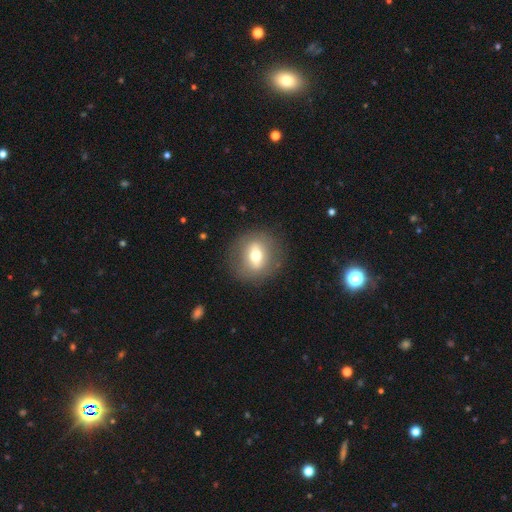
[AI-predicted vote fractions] Smooth or featured? smooth (49%)
Merging? none (85%)